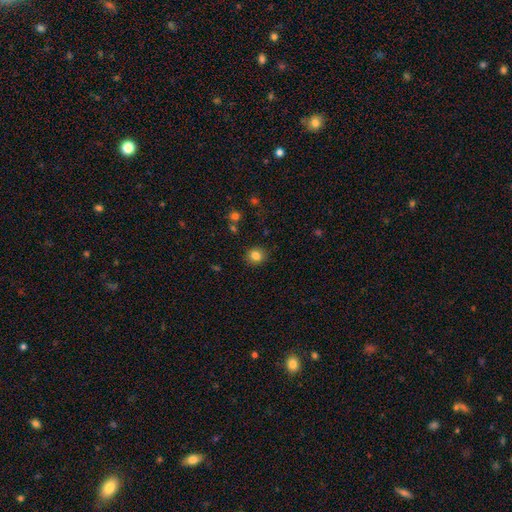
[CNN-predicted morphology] The model was most divided on "how rounded": round: 83%, in between: 16%, cigar-shaped: 1%. More confident: merging — none (89%); smooth or featured — smooth (83%).